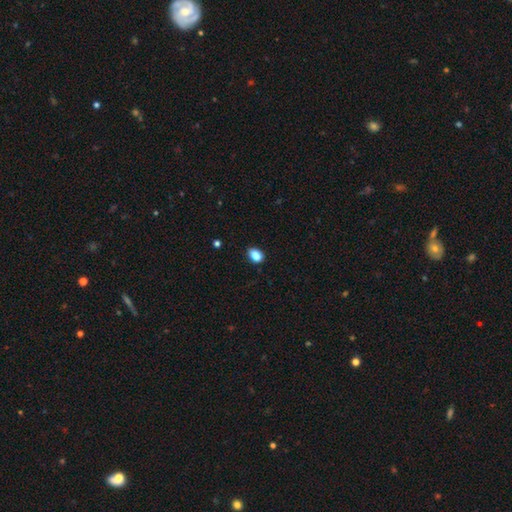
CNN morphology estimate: The model was most divided on "merging": none: 76%, minor disturbance: 19%, major disturbance: 3%, merger: 2%. More confident: smooth or featured — smooth (86%); how rounded — in between (81%).